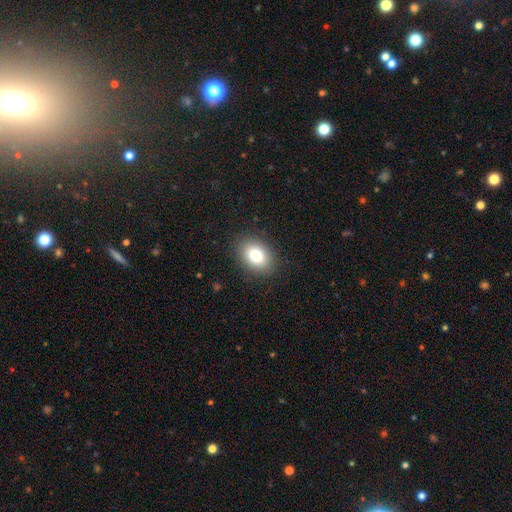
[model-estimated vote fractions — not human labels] Smooth or featured? Predicted: smooth (p=0.80). How rounded? Predicted: in between (p=0.74). Merging? Predicted: none (p=0.88).